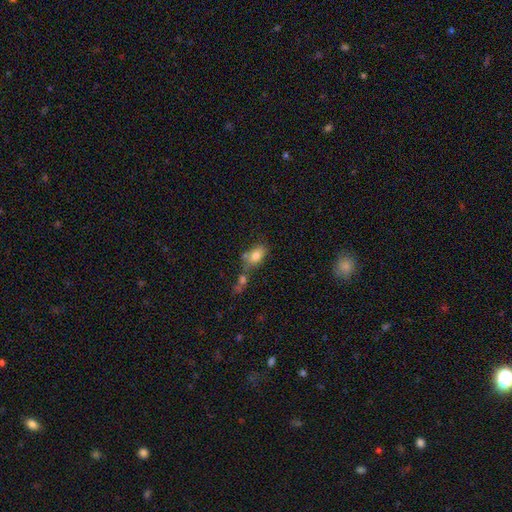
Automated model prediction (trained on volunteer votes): Morphology: type=smooth (78%); roundness=in between (85%); merging=none (46%).